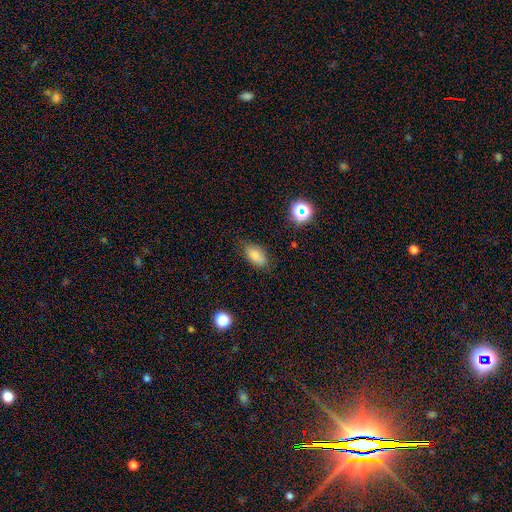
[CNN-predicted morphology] Smooth or featured? Predicted: smooth (p=0.82). How rounded? Predicted: in between (p=0.91). Merging? Predicted: none (p=0.79).